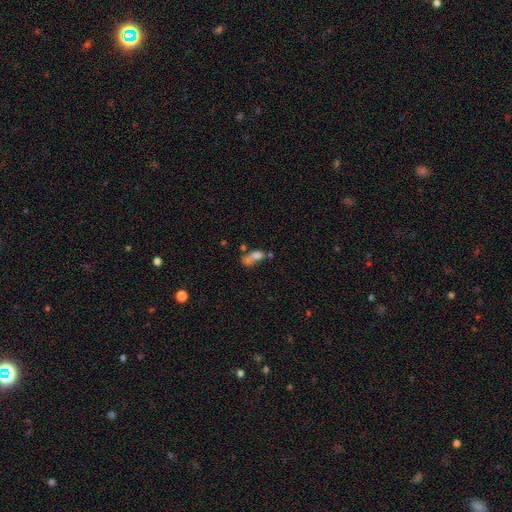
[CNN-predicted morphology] Smooth or featured? Predicted: smooth (p=0.65). How rounded? Predicted: in between (p=0.74). Merging? Predicted: merger (p=0.53).